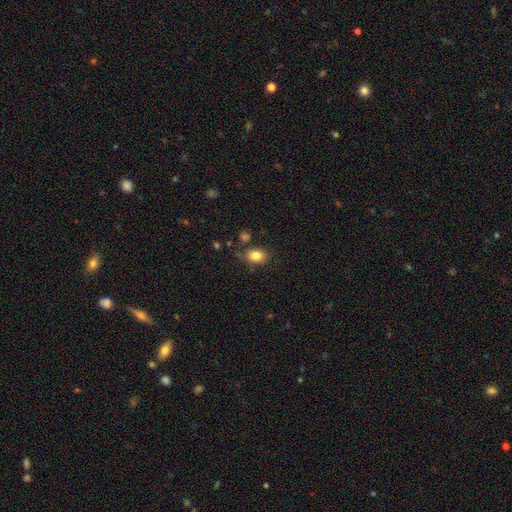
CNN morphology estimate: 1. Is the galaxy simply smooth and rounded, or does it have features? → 83% smooth, 10% star or artifact, 7% featured or disk.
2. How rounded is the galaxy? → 69% in between, 30% round, 1% cigar-shaped.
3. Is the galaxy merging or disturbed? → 75% none, 16% minor disturbance, 5% merger, 4% major disturbance.